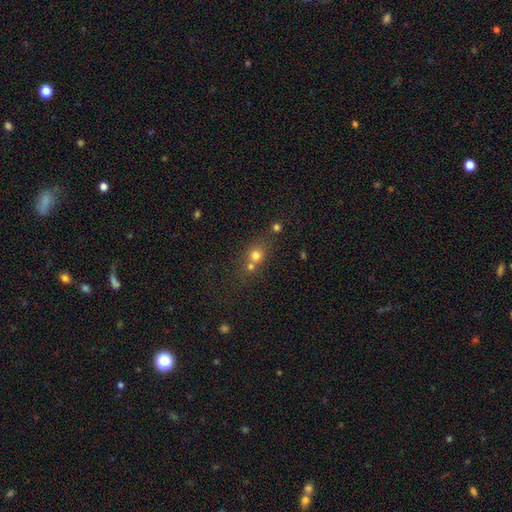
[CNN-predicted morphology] Smooth or featured? smooth (71%)
How rounded? round (78%)
Merging? merger (44%, tied with none)